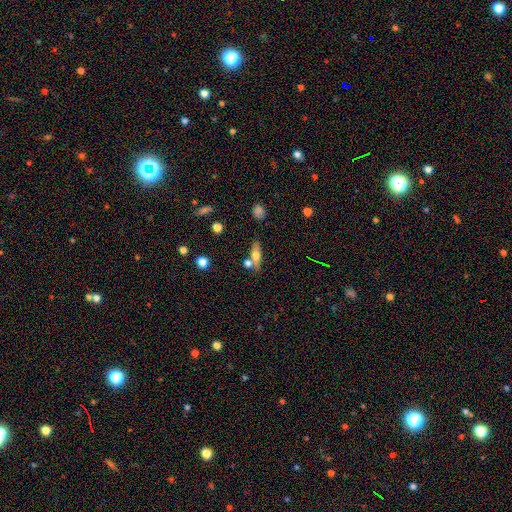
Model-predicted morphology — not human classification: Smooth or featured? smooth (61%)
How rounded? in between (57%)
Merging? none (59%)